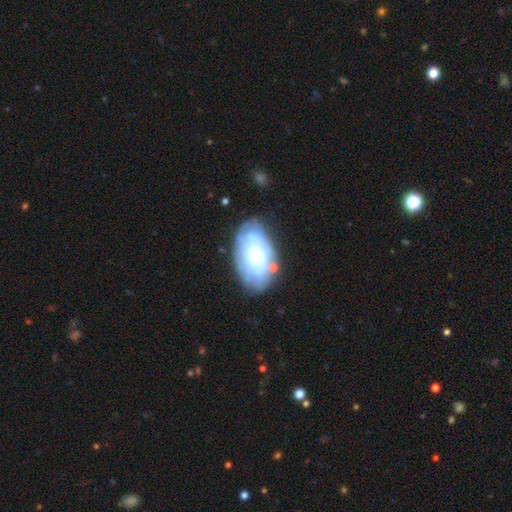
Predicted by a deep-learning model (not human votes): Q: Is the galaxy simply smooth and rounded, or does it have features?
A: featured or disk — 67%.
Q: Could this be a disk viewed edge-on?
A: no — 96%.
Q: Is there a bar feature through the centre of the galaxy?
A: no — 79%.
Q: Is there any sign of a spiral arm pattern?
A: yes — 72%.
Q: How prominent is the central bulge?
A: small — 55%.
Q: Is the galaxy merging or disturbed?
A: none — 68%.